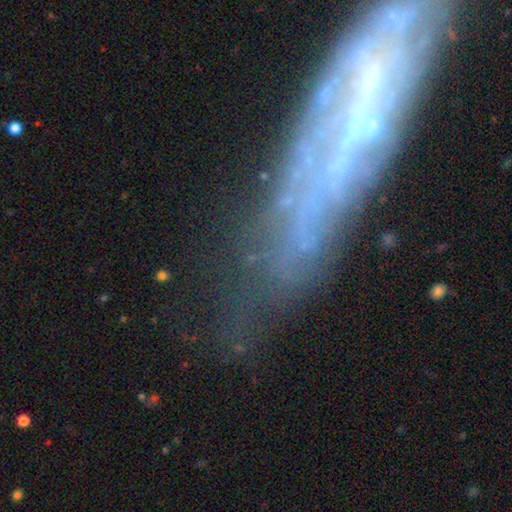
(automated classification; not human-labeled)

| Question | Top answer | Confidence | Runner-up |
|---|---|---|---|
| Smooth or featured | featured or disk | 67% | smooth (19%) |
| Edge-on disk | no | 55% | yes (45%) |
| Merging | none | 57% | minor disturbance (22%) |